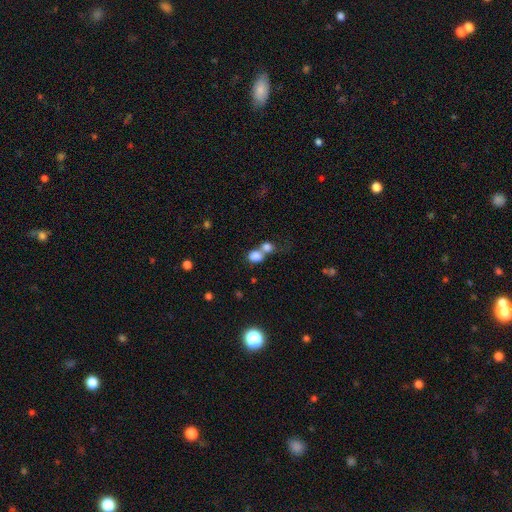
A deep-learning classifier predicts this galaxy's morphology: A smooth galaxy with no disk features (79%) that is round (53%). Merging: merger (63%).